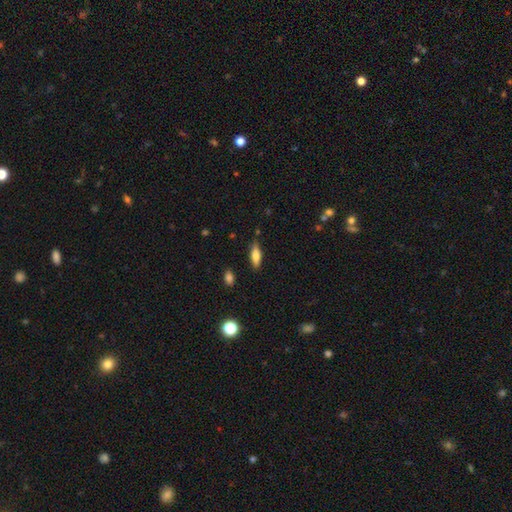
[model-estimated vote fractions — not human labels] This is likely a smooth galaxy (69%). How rounded: possibly in between (56%). Merging: clearly none (82%).